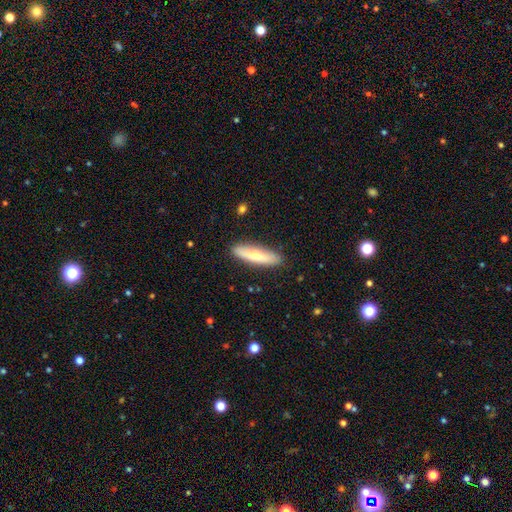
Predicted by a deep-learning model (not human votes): Smooth or featured? smooth (70%)
How rounded? cigar-shaped (76%)
Merging? none (87%)